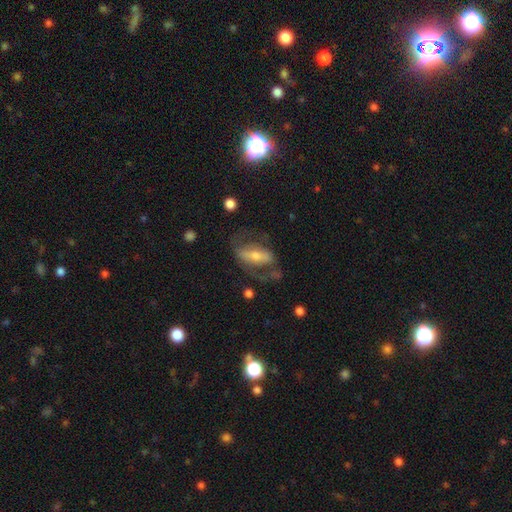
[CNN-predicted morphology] Overall: featured or disk (61%; smooth 32%). Edge-on disk: no (85%). Bar: strong (54%; weak 23%). Spiral arms: yes (52%; no 48%). Bulge size: moderate (51%; small 32%). Merging: none (49%; major disturbance 28%).